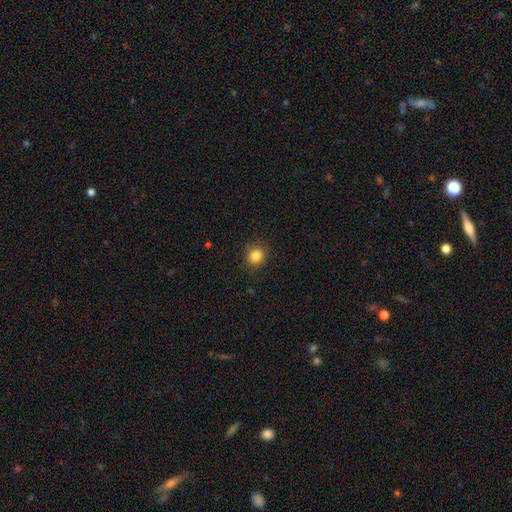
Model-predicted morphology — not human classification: Overall: smooth (84%). How rounded: round (84%). Merging: none (89%).